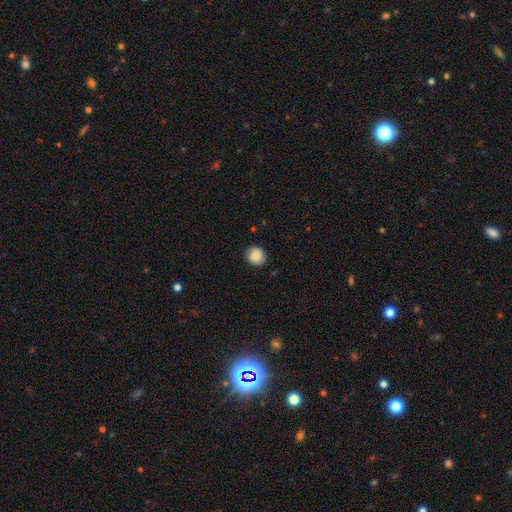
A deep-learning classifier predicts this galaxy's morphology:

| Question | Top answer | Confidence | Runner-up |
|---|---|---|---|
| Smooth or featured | smooth | 88% | star or artifact (8%) |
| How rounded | round | 87% | in between (13%) |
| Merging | none | 87% | minor disturbance (10%) |